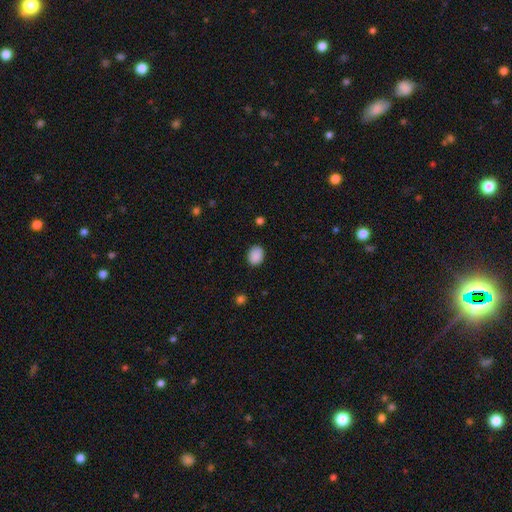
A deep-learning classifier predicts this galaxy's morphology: smooth_or_featured: smooth (p=0.89) [alt: star or artifact p=0.08]
how_rounded: in between (p=0.61) [alt: round p=0.39]
merging: none (p=0.86) [alt: minor disturbance p=0.10]